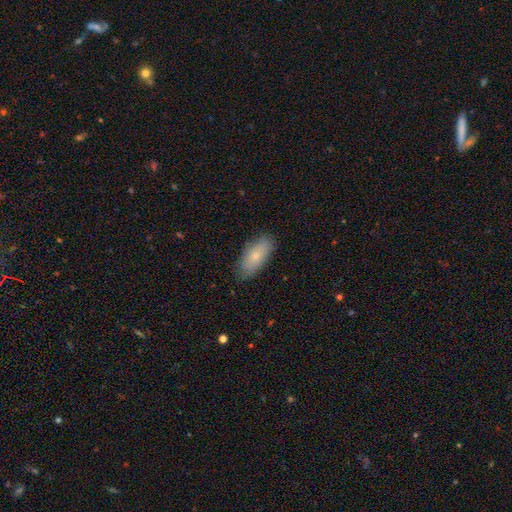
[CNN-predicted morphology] A smooth galaxy with no disk features (73%) that is in between round and cigar-shaped (87%).

Vote fractions:
- Smooth or featured? smooth: 73% / featured or disk: 20% / star or artifact: 7%
- How rounded? in between: 87% / cigar-shaped: 10% / round: 3%
- Merging? none: 81% / minor disturbance: 15% / major disturbance: 3% / merger: 1%